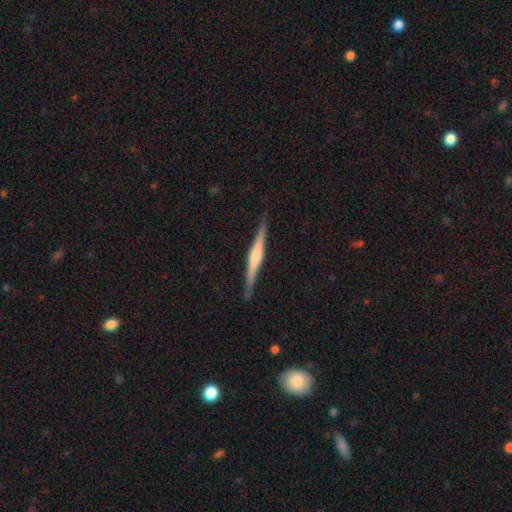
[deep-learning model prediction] The model was most divided on "edge-on bulge": rounded: 62%, boxy: 20%, none: 18%. More confident: edge-on disk — yes (98%); merging — none (89%); smooth or featured — featured or disk (69%).